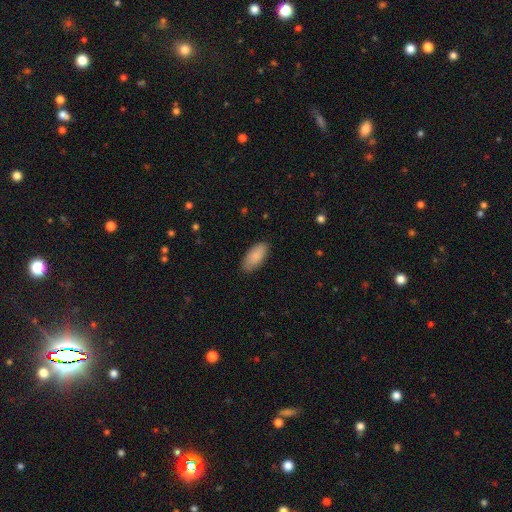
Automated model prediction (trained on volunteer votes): Smooth or featured: smooth — 88% (star or artifact — 6%)
How rounded: in between — 89% (cigar-shaped — 9%)
Merging: none — 85% (minor disturbance — 11%)